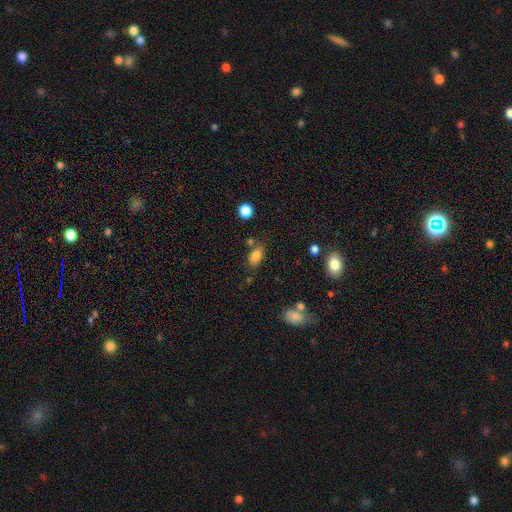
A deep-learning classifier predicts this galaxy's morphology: Q: Smooth or featured?
A: smooth (82%); runner-up: star or artifact (10%)
Q: How rounded?
A: in between (88%); runner-up: round (9%)
Q: Merging?
A: none (70%); runner-up: minor disturbance (15%)